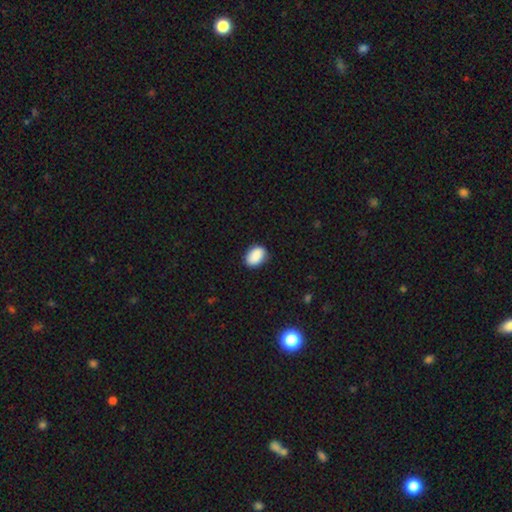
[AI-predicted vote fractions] Smooth or featured? Predicted: smooth (p=0.89). How rounded? Predicted: in between (p=0.81). Merging? Predicted: none (p=0.83).